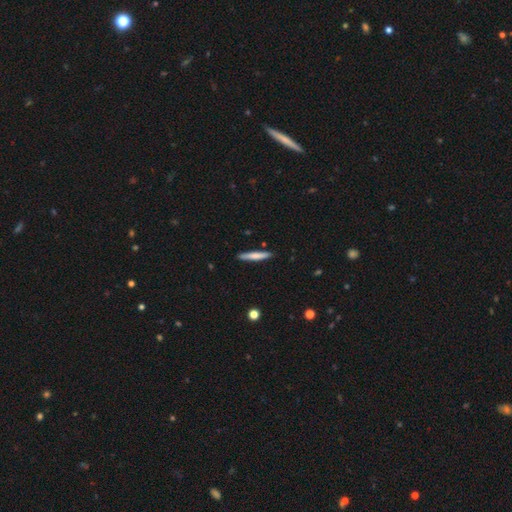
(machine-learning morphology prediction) A smooth galaxy with no disk features (69%) that is cigar-shaped (94%). Merging: none (90%).